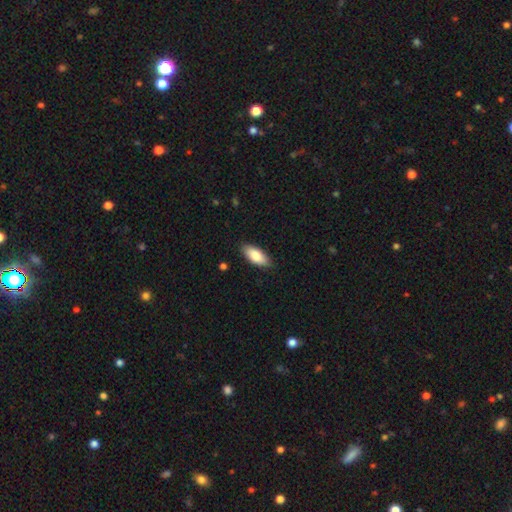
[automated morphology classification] The model was most divided on "how rounded": in between: 84%, cigar-shaped: 14%, round: 2%. More confident: merging — none (87%); smooth or featured — smooth (84%).